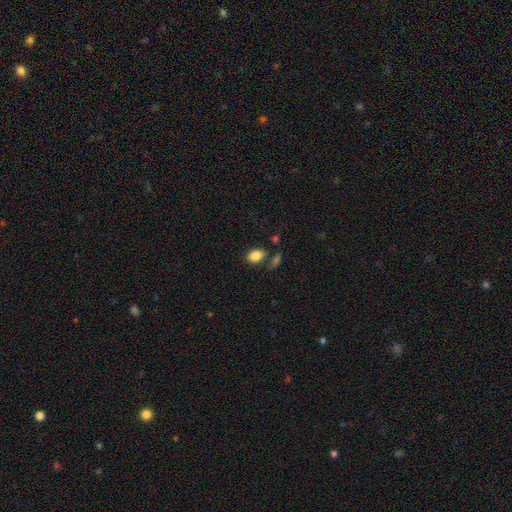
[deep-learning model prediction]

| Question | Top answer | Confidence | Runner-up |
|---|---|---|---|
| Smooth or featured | smooth | 86% | star or artifact (9%) |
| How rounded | in between | 83% | round (16%) |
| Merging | none | 71% | minor disturbance (14%) |